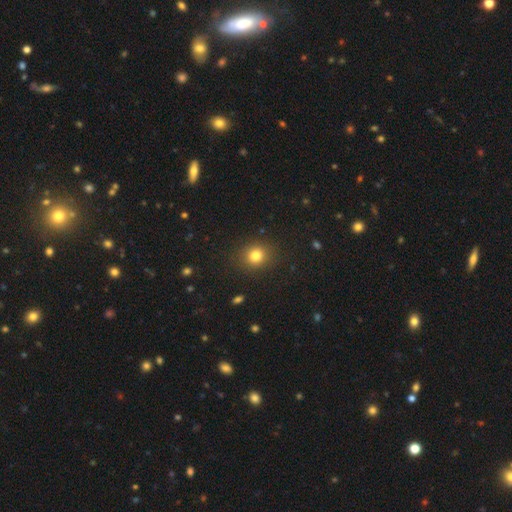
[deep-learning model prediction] This is clearly a smooth galaxy (81%). How rounded: likely round (80%). Merging: clearly none (88%).